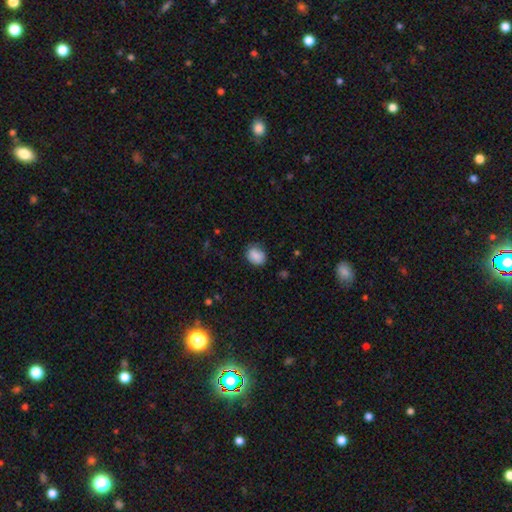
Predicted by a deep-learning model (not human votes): smooth-or-featured: smooth: 86% | star or artifact: 8% | featured or disk: 6%
  how-rounded: in between: 50% | round: 49% | cigar-shaped: 1%
  merging: none: 75% | minor disturbance: 20% | major disturbance: 4% | merger: 1%